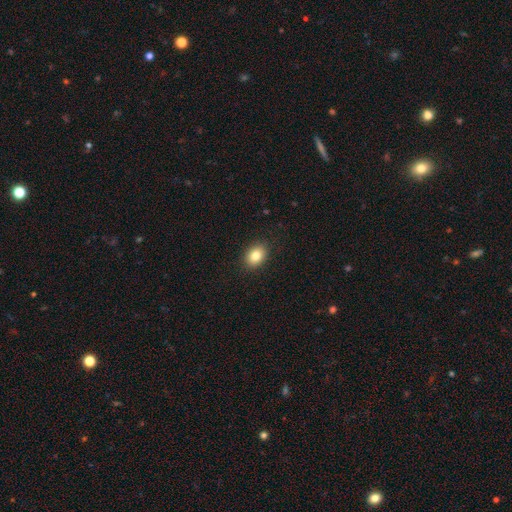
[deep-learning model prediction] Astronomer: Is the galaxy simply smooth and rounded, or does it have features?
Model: smooth — 83%.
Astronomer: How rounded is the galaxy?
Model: in between — 66%.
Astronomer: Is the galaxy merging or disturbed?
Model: none — 89%.